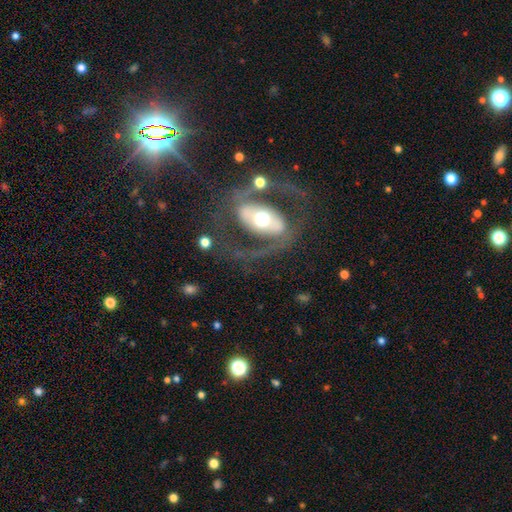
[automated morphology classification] This is clearly a featured or disk galaxy (82%). It is clearly not viewed edge-on (93%). Bar: possibly strong (45%). Spiral arm pattern: clearly yes (85%). Spiral arm count: clearly 2 (89%). Spiral winding: possibly medium (52%). Central bulge: possibly moderate (58%). Merging: likely none (70%).